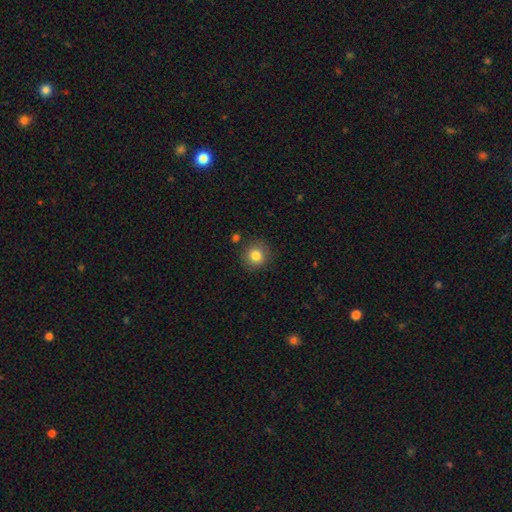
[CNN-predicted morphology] Smooth or featured? Predicted: smooth (p=0.83). How rounded? Predicted: round (p=0.90). Merging? Predicted: none (p=0.86).